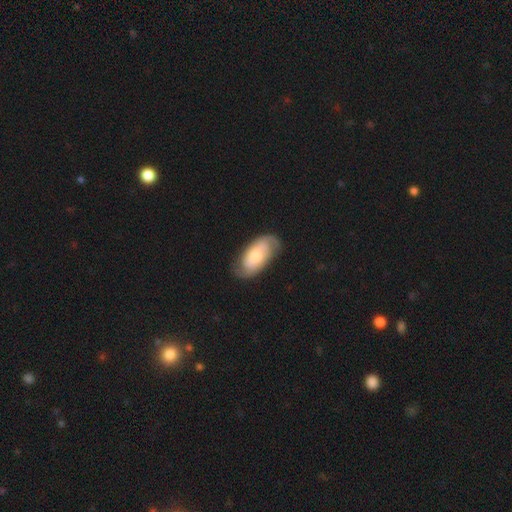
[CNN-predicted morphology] Q: Smooth or featured?
A: featured or disk (60%); runner-up: smooth (34%)
Q: Edge-on disk?
A: no (95%); runner-up: yes (5%)
Q: Bar?
A: no (69%); runner-up: weak (25%)
Q: Spiral arms?
A: yes (88%); runner-up: no (12%)
Q: Bulge size?
A: moderate (44%); runner-up: small (28%)
Q: Merging?
A: none (73%); runner-up: minor disturbance (18%)